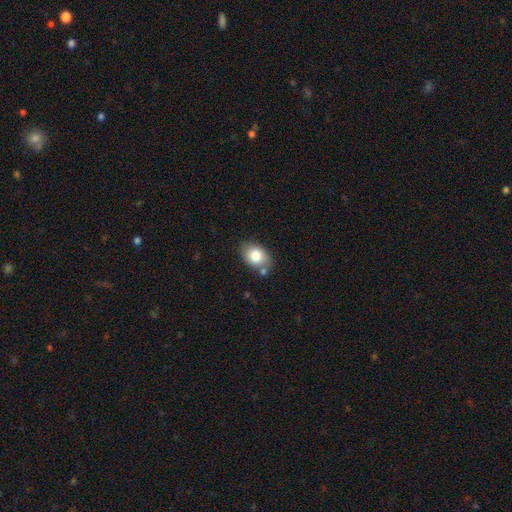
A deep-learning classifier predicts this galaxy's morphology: smooth_or_featured: smooth (p=0.81) [alt: featured or disk p=0.12]
how_rounded: in between (p=0.79) [alt: round p=0.20]
merging: none (p=0.71) [alt: minor disturbance p=0.16]